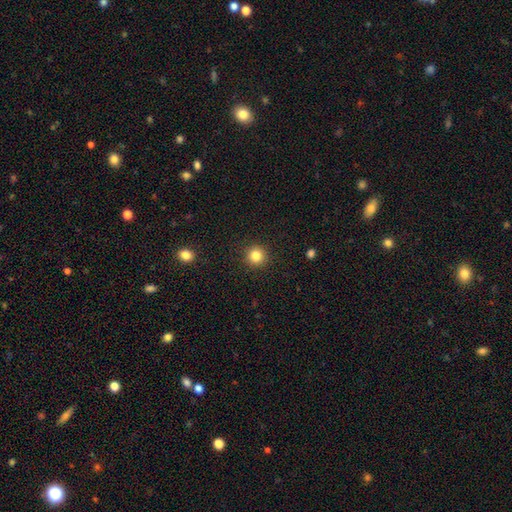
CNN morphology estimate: This is clearly a smooth galaxy (83%). How rounded: clearly round (94%). Merging: clearly none (91%).